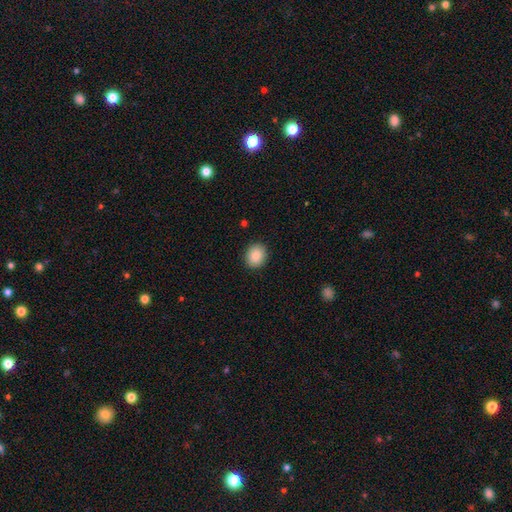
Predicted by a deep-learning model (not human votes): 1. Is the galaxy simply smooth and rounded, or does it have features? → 89% smooth, 8% star or artifact, 4% featured or disk.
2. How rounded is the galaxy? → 58% round, 41% in between, 1% cigar-shaped.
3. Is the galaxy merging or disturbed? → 90% none, 7% minor disturbance, 2% major disturbance, 1% merger.